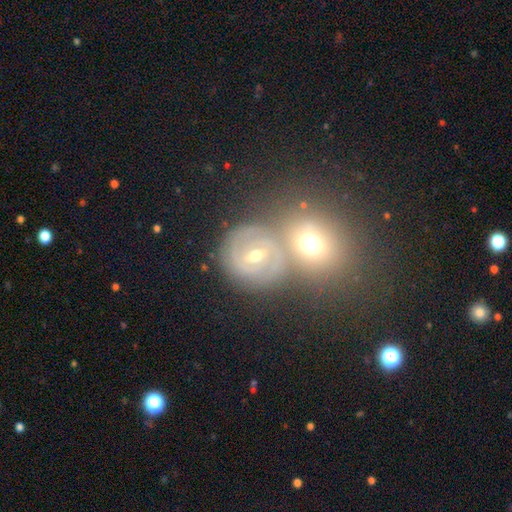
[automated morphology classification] smooth-or-featured: featured or disk: 61% | smooth: 27% | star or artifact: 12%
  disk-edge-on: no: 96% | yes: 4%
    bar: weak: 44% | no: 31% | strong: 24%
    has-spiral-arms: yes: 75% | no: 25%
    bulge-size: moderate: 50% | small: 44% | large: 2% | none: 2% | dominant: 1%
  merging: none: 52% | merger: 33% | minor disturbance: 10% | major disturbance: 5%